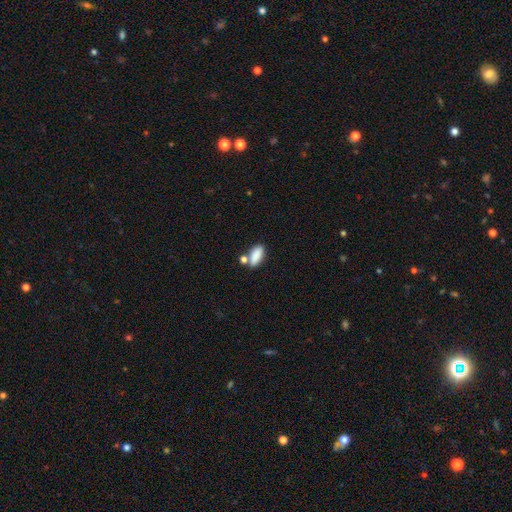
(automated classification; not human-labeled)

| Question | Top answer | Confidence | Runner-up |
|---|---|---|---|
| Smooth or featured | smooth | 86% | star or artifact (8%) |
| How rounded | in between | 87% | cigar-shaped (9%) |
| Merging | none | 58% | merger (24%) |